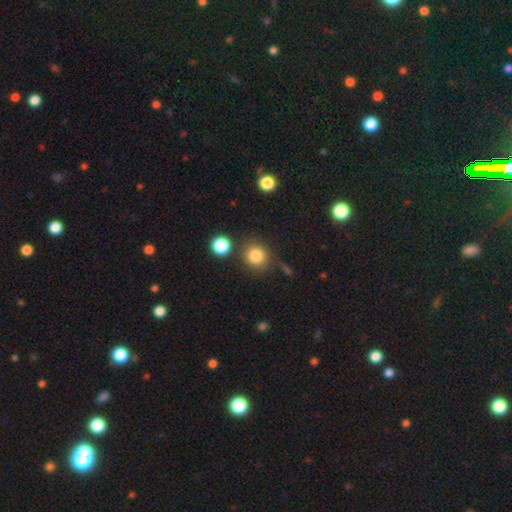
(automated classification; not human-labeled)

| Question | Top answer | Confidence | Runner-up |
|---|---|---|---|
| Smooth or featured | smooth | 83% | star or artifact (11%) |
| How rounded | round | 86% | in between (13%) |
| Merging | none | 78% | minor disturbance (10%) |